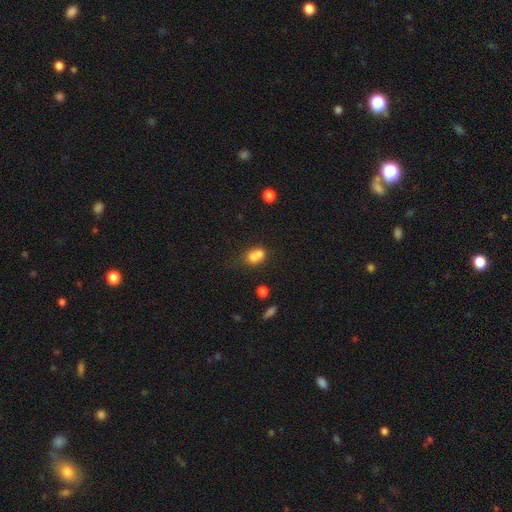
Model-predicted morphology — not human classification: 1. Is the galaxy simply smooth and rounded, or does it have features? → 72% smooth, 16% featured or disk, 11% star or artifact.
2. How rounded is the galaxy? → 61% in between, 36% round, 2% cigar-shaped.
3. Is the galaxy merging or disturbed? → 52% merger, 29% none, 13% minor disturbance, 7% major disturbance.